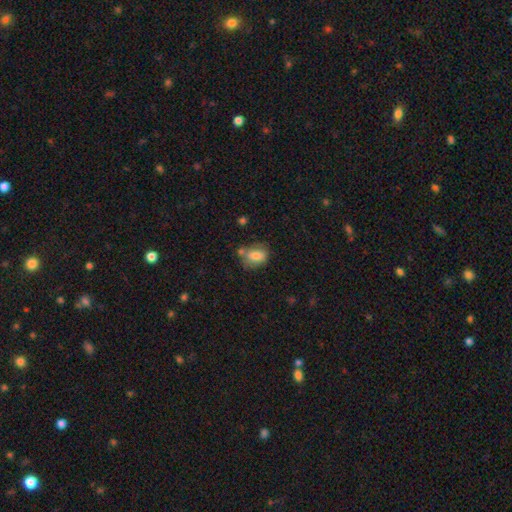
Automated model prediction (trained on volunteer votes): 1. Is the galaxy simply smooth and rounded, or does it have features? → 78% smooth, 14% featured or disk, 9% star or artifact.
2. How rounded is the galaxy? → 75% in between, 23% round, 2% cigar-shaped.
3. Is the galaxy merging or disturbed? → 49% none, 24% minor disturbance, 19% merger, 9% major disturbance.